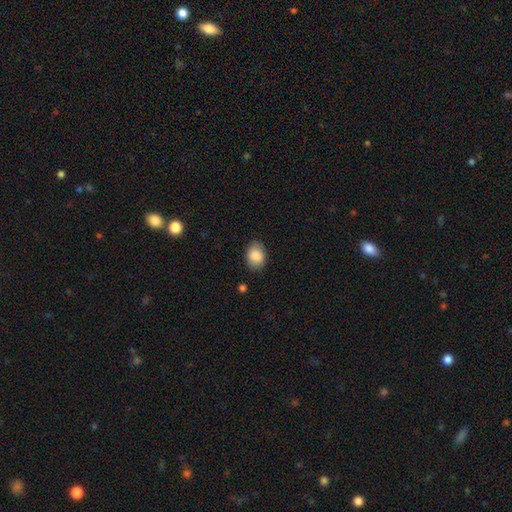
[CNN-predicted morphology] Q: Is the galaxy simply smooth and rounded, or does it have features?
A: smooth — 87%.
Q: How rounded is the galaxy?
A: in between — 77%.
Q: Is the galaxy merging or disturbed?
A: none — 84%.